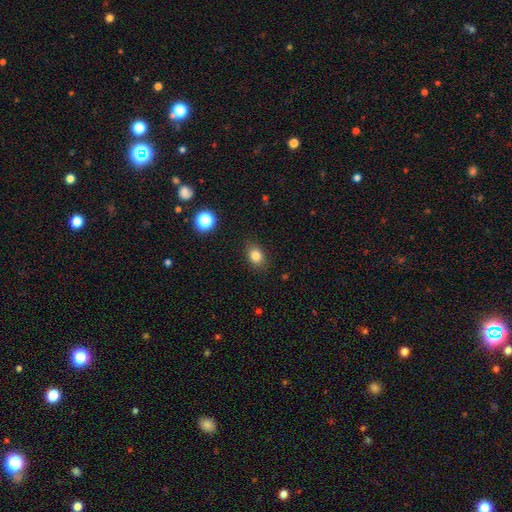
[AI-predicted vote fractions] smooth_or_featured: smooth (p=0.82) [alt: star or artifact p=0.11]
how_rounded: in between (p=0.64) [alt: round p=0.35]
merging: none (p=0.85) [alt: minor disturbance p=0.11]